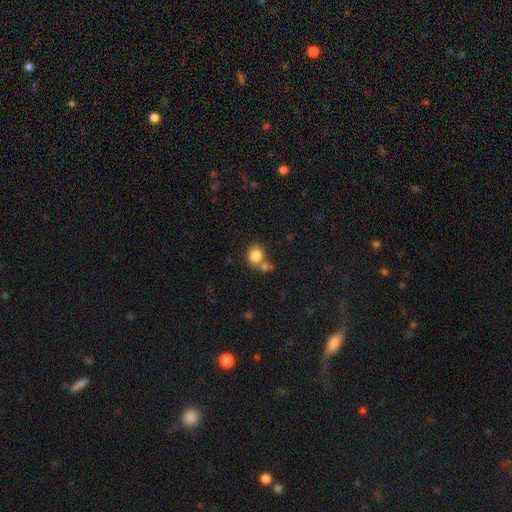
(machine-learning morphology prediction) This appears to be a smooth galaxy with no disk features (83%) that is round (78%). Merging: none (58%).